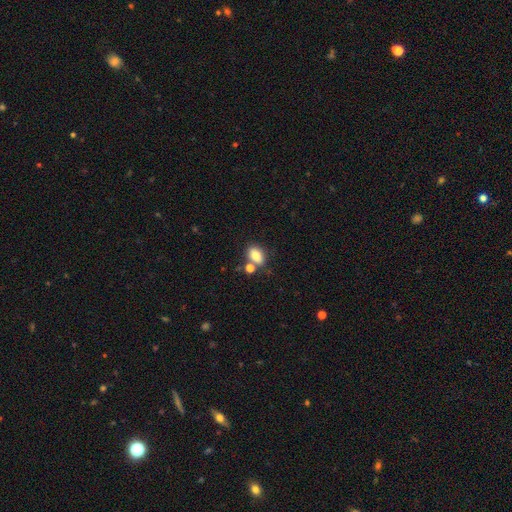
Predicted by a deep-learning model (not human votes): A smooth galaxy with no disk features (83%) that is in between round and cigar-shaped (83%).

Vote fractions:
- Smooth or featured? smooth: 83% / star or artifact: 9% / featured or disk: 8%
- How rounded? in between: 83% / round: 15% / cigar-shaped: 2%
- Merging? none: 59% / merger: 23% / minor disturbance: 14% / major disturbance: 4%